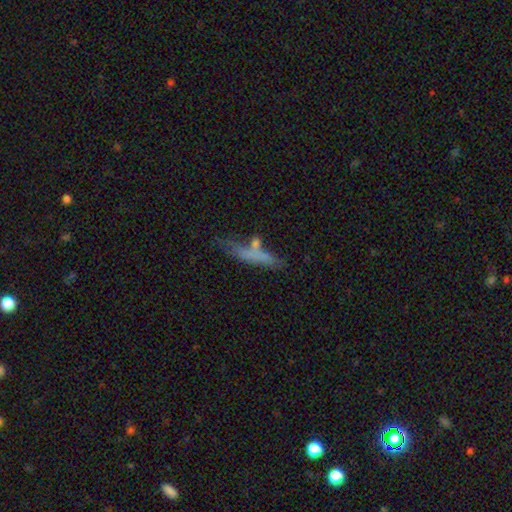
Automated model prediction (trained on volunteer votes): A smooth galaxy with no disk features (61%) that is cigar-shaped (78%). Merging: none (50%).